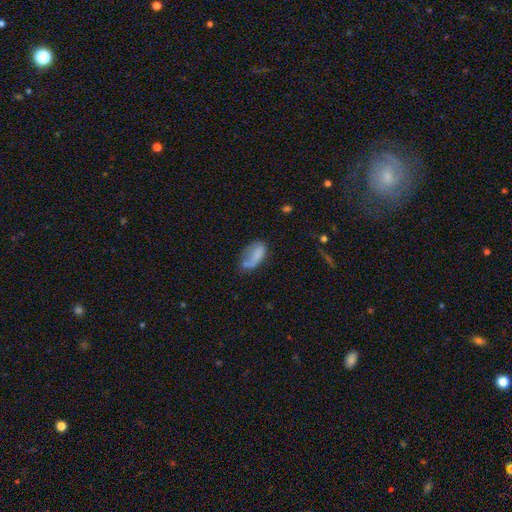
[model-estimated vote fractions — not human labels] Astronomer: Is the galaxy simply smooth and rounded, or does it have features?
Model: smooth — 71%.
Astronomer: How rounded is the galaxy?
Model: in between — 90%.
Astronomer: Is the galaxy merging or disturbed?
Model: none — 35% (runner-up: minor disturbance, 30%).